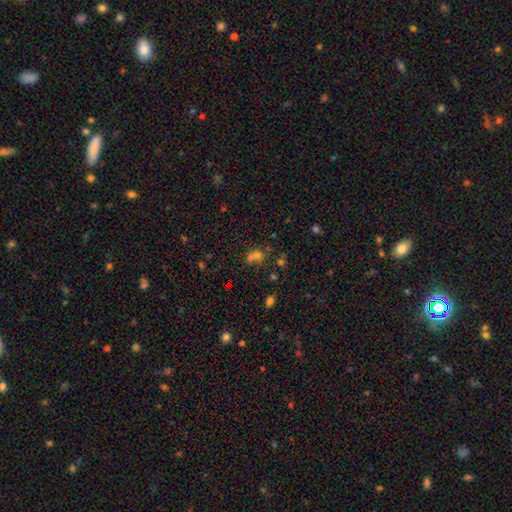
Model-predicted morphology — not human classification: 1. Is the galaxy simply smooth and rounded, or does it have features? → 48% smooth, 38% star or artifact, 13% featured or disk.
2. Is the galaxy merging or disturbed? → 45% none, 38% merger, 10% minor disturbance, 7% major disturbance.